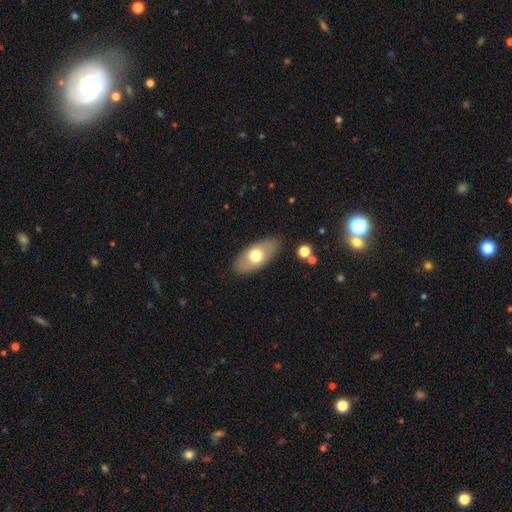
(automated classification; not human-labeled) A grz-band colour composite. It shows a smooth galaxy with no disk features (63%) that is in between round and cigar-shaped (90%). Merging: none (85%).